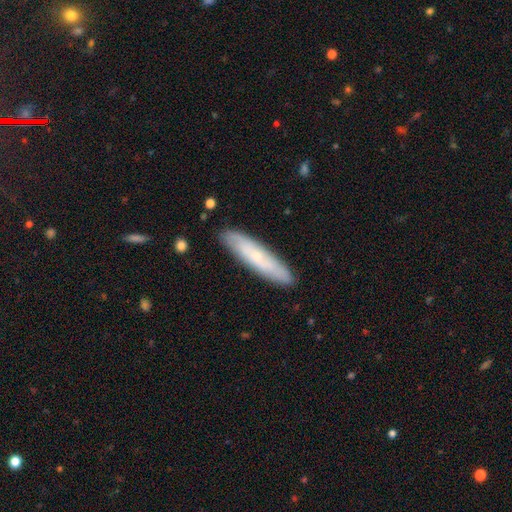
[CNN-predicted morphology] smooth_or_featured: smooth (p=0.55) [alt: featured or disk p=0.39]
how_rounded: cigar-shaped (p=0.82) [alt: in between p=0.17]
merging: none (p=0.87) [alt: minor disturbance p=0.10]